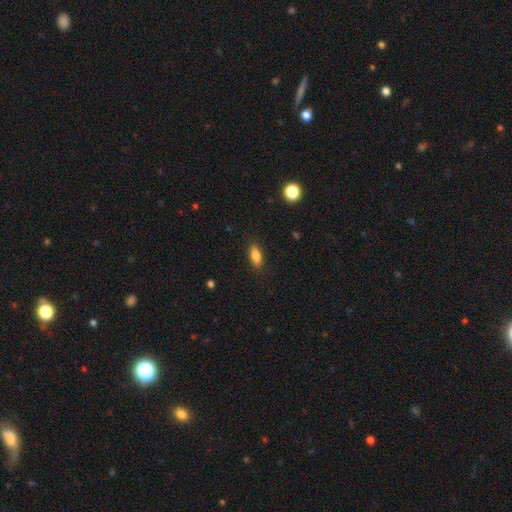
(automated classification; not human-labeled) Q: Smooth or featured?
A: smooth (85%); runner-up: star or artifact (8%)
Q: How rounded?
A: in between (84%); runner-up: cigar-shaped (12%)
Q: Merging?
A: none (87%); runner-up: minor disturbance (10%)